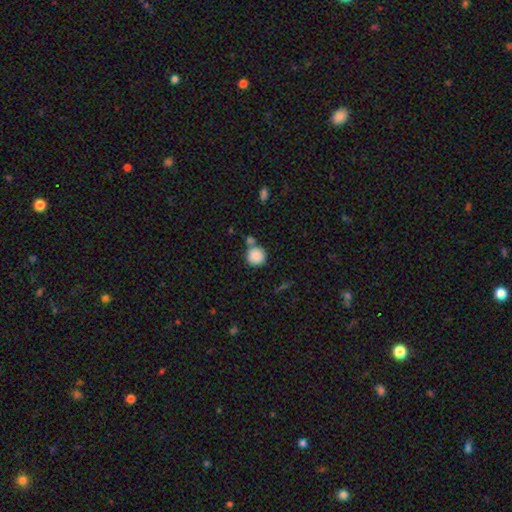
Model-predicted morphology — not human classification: type=smooth (87%); roundness=round (93%); merging=none (65%).